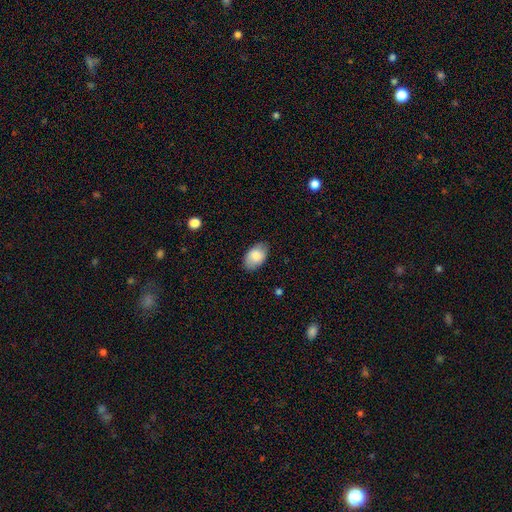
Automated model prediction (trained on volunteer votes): This appears to be a smooth galaxy with no disk features (84%) that is in between round and cigar-shaped (92%). Merging: none (82%).